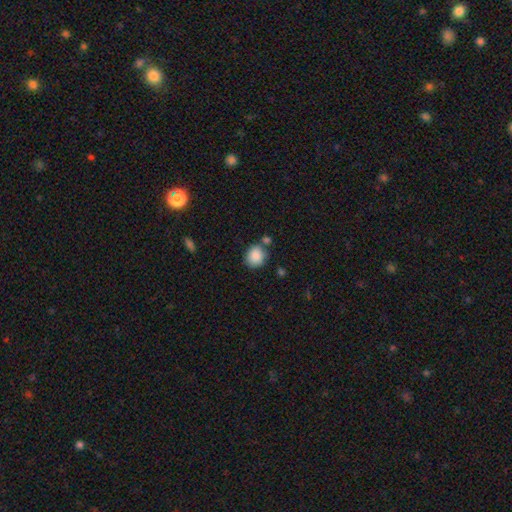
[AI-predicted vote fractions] The model was most divided on "how rounded": round: 74%, in between: 25%, cigar-shaped: 1%. More confident: smooth or featured — smooth (88%); merging — none (68%).